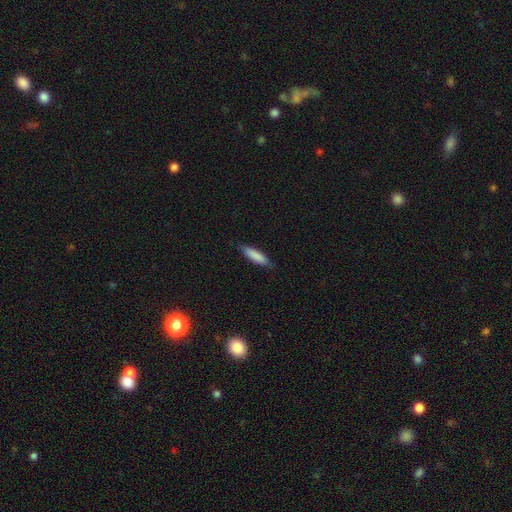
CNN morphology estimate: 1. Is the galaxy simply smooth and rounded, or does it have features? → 85% smooth, 9% featured or disk, 6% star or artifact.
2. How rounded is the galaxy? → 72% cigar-shaped, 27% in between, 1% round.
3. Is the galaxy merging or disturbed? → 86% none, 11% minor disturbance, 2% major disturbance, 1% merger.